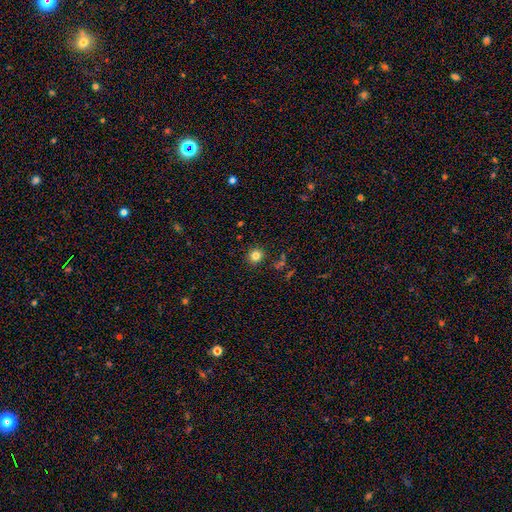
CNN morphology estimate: type=smooth (82%); roundness=round (90%); merging=none (89%).